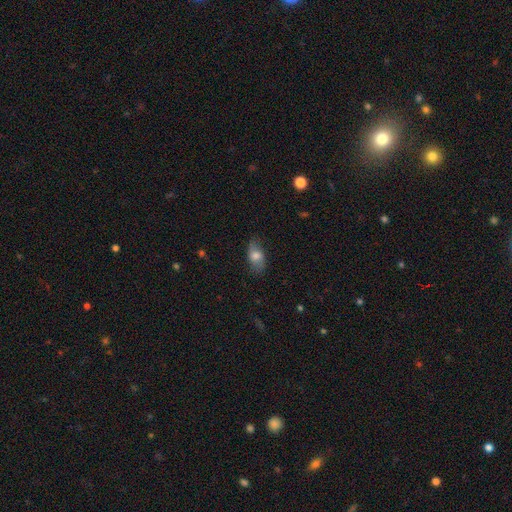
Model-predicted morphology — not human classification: smooth_or_featured: smooth (p=0.67) [alt: featured or disk p=0.24]
how_rounded: in between (p=0.88) [alt: round p=0.08]
merging: none (p=0.75) [alt: minor disturbance p=0.19]